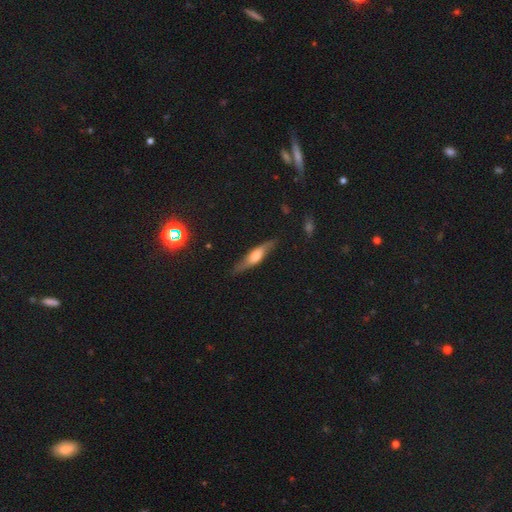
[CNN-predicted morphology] Smooth or featured?
  - featured or disk: 52% *
  - smooth: 42%
  - star or artifact: 7%
Edge-on disk?
  - yes: 79% *
  - no: 21%
Merging?
  - none: 79% *
  - minor disturbance: 16%
  - major disturbance: 4%
  - merger: 2%